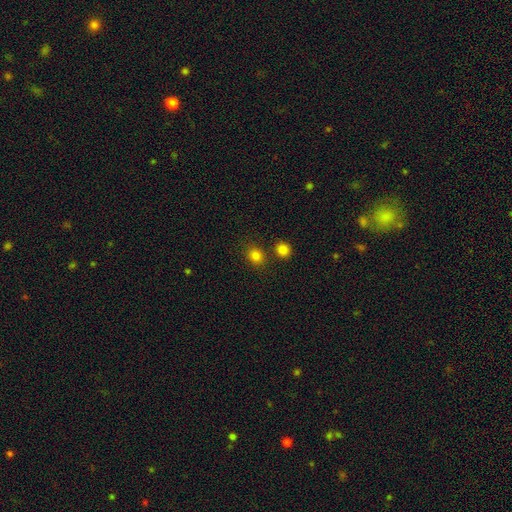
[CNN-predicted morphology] Smooth or featured? smooth (81%)
How rounded? round (69%)
Merging? none (78%)